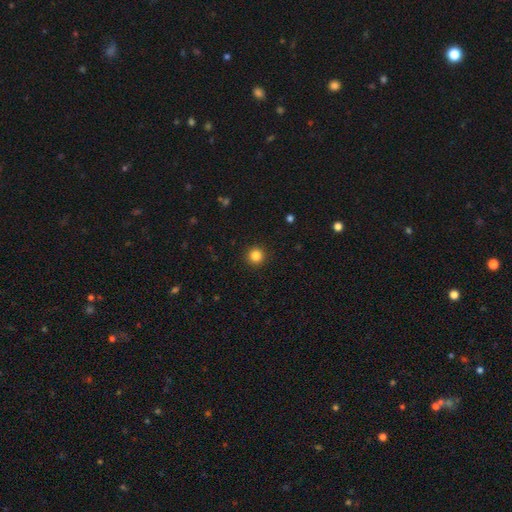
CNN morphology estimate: Smooth or featured? Predicted: smooth (p=0.84). How rounded? Predicted: round (p=0.95). Merging? Predicted: none (p=0.92).